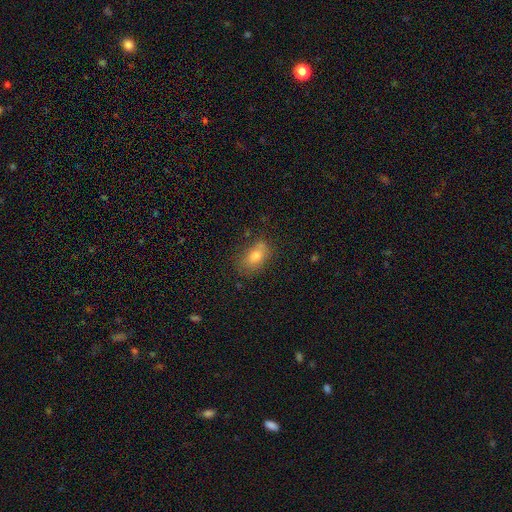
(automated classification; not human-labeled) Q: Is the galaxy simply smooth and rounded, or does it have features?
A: smooth — 76%.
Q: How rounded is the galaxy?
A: in between — 80%.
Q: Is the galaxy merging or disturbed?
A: none — 65%.